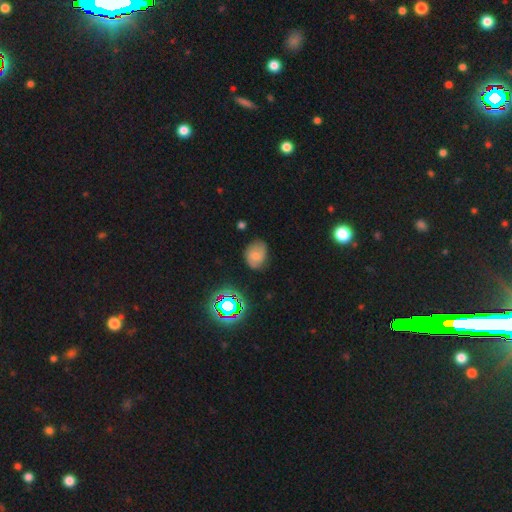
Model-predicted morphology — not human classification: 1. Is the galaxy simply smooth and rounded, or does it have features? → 56% smooth, 29% featured or disk, 15% star or artifact.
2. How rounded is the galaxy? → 56% in between, 43% round, 1% cigar-shaped.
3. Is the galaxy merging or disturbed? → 67% none, 24% minor disturbance, 7% major disturbance, 2% merger.